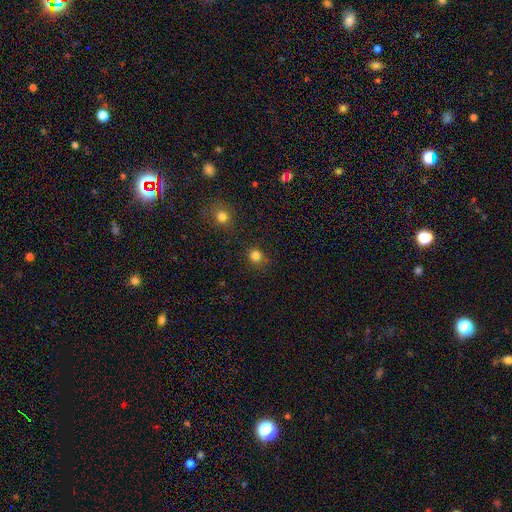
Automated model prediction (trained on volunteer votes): Smooth or featured? smooth (81%)
How rounded? round (85%)
Merging? none (80%)